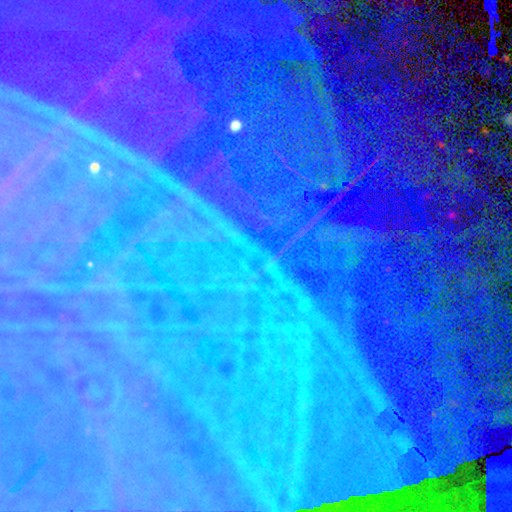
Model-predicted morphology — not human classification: A star or artifact, not a galaxy (89%).